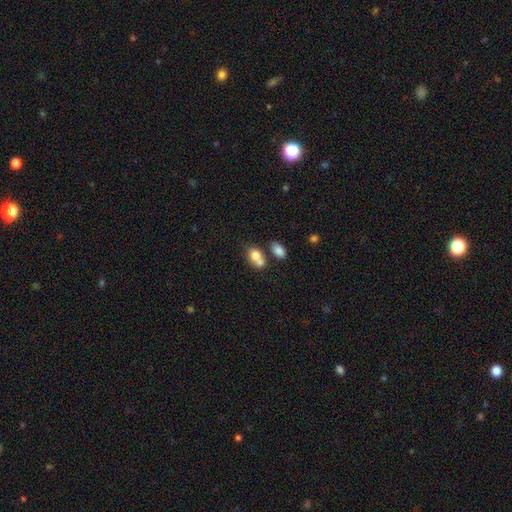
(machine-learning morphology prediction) smooth_or_featured: smooth (p=0.76) [alt: featured or disk p=0.15]
how_rounded: in between (p=0.61) [alt: round p=0.38]
merging: merger (p=0.57) [alt: none p=0.30]